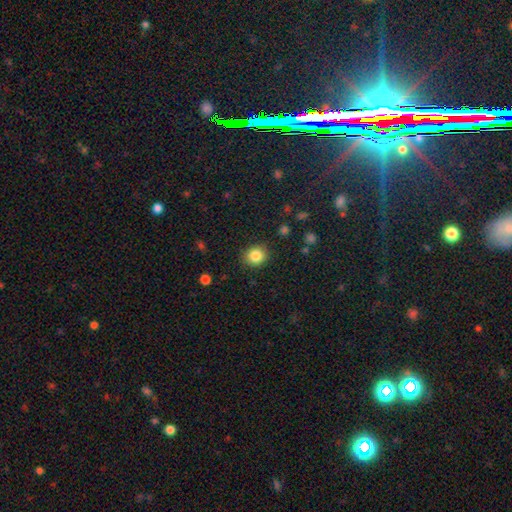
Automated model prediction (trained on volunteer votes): This is clearly a smooth galaxy (85%). How rounded: clearly round (82%). Merging: clearly none (88%).